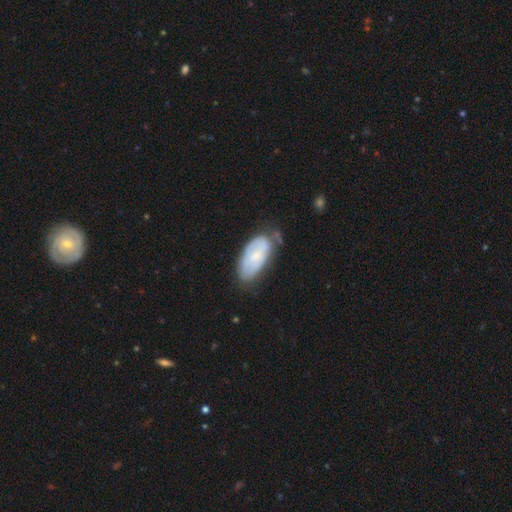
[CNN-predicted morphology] Smooth or featured? Predicted: smooth (p=0.49). Merging? Predicted: none (p=0.50).